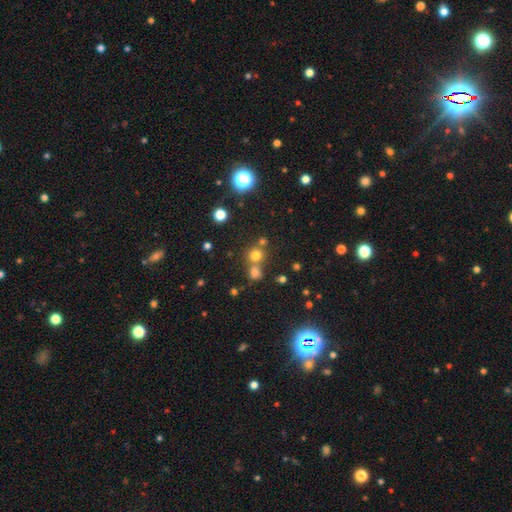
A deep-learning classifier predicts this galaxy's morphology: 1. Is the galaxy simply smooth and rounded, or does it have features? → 69% smooth, 22% star or artifact, 8% featured or disk.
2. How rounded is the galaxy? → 90% round, 9% in between, 1% cigar-shaped.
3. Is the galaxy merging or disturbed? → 60% none, 30% merger, 7% minor disturbance, 3% major disturbance.